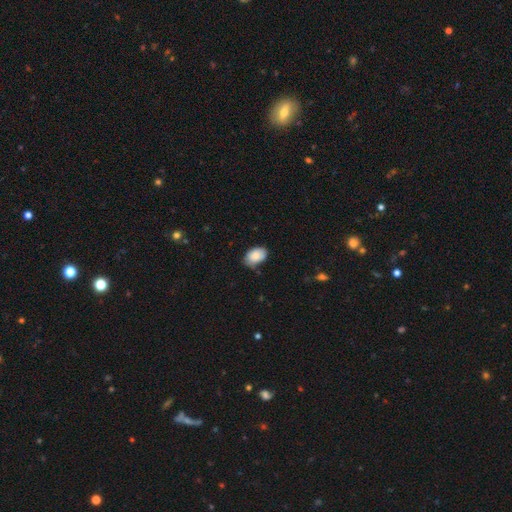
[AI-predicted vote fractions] A smooth galaxy with no disk features (85%) that is in between round and cigar-shaped (88%). Merging: none (68%).